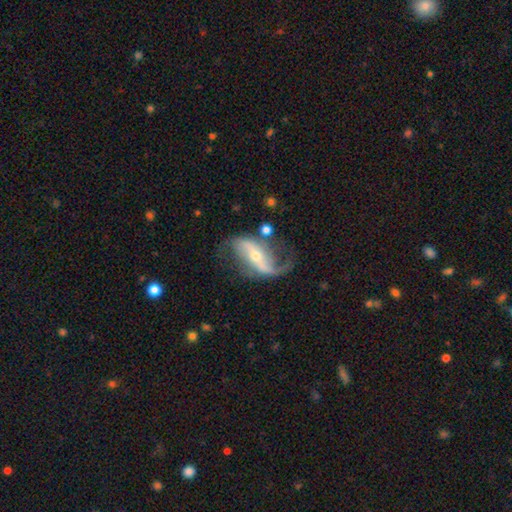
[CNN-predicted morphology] featured or disk 86%, smooth 8%, star or artifact 5%. Down the decision tree: edge-on disk — no (94%); bar — strong (49%); spiral arms — yes (94%); spiral arm count — 2 (84%); spiral winding — loose (76%); bulge size — small (60%); merging — none (57%).